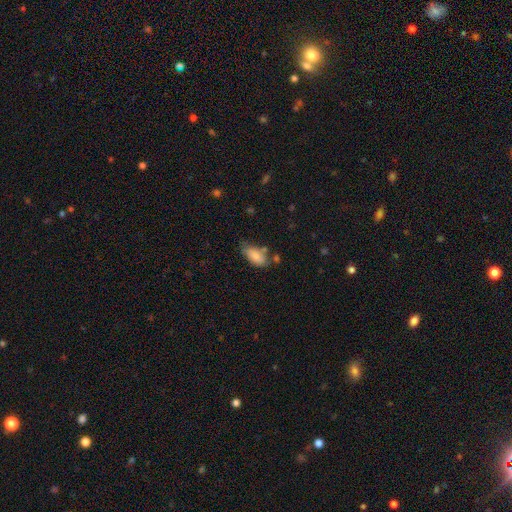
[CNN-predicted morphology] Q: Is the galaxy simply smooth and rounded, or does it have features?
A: smooth — 83%.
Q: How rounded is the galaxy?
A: in between — 89%.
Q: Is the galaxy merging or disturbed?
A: none — 54%.